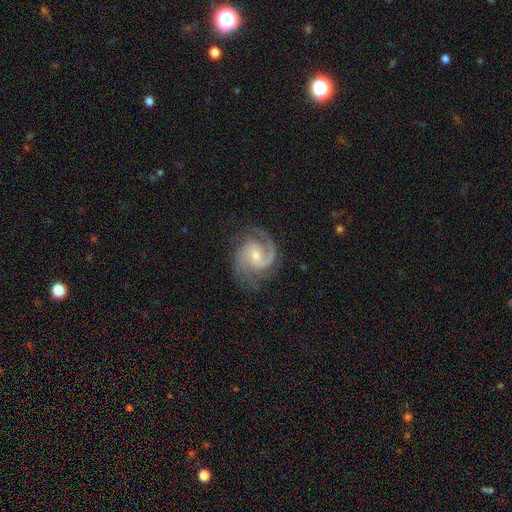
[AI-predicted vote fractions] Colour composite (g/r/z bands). It shows a featured or disk galaxy (91%) with no bar (50%), 2 (71%) medium (54%) spiral arms (98%) and a small central bulge (55%). Merging: none (76%).